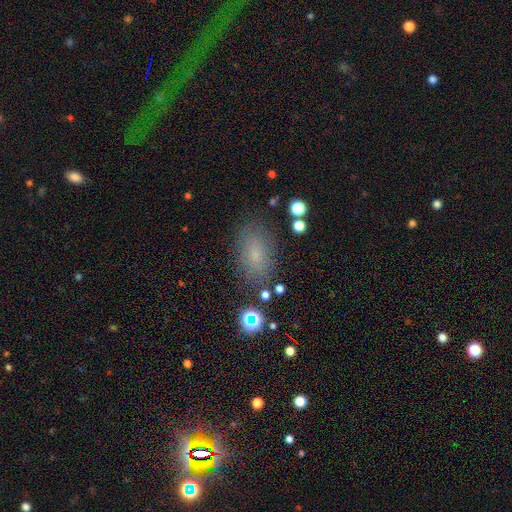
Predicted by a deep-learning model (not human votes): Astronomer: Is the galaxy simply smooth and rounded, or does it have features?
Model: smooth — 65%.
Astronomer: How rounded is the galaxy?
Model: in between — 85%.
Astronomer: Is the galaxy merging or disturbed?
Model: none — 80%.